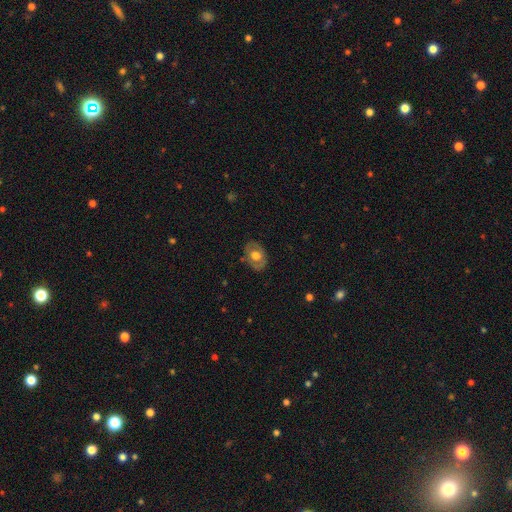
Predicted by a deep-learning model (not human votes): The model was most divided on "smooth or featured": smooth: 52%, featured or disk: 42%, star or artifact: 7%. More confident: merging — none (80%); how rounded — in between (71%).